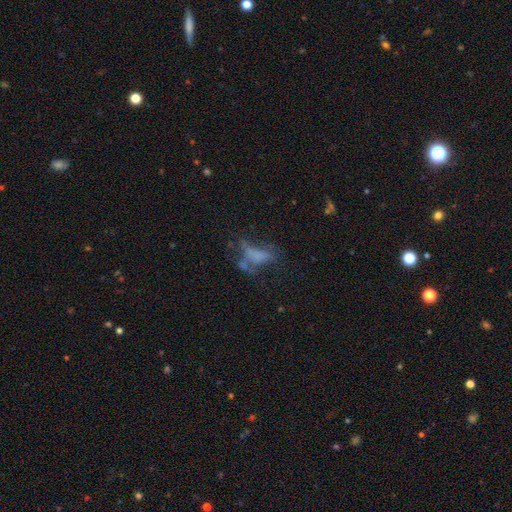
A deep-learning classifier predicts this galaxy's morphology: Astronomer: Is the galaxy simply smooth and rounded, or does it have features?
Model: featured or disk — 43% (runner-up: smooth, 38%).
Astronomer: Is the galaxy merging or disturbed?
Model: major disturbance — 39% (runner-up: none, 30%).